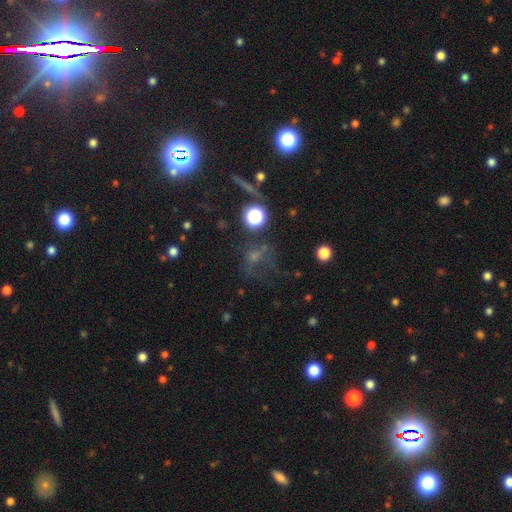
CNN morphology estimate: type=smooth (38%); merging=none (46%).